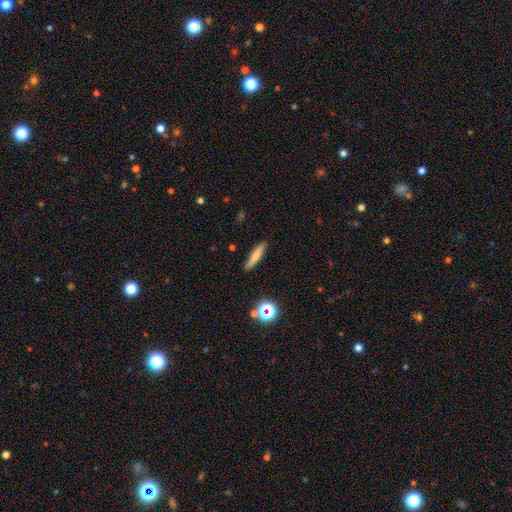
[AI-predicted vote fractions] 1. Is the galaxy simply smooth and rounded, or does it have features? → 66% smooth, 25% featured or disk, 9% star or artifact.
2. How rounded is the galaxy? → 84% cigar-shaped, 13% in between, 3% round.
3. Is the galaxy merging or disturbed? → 88% none, 8% minor disturbance, 2% major disturbance, 2% merger.